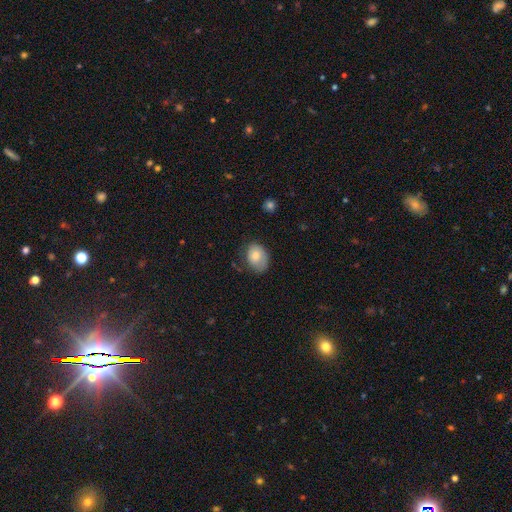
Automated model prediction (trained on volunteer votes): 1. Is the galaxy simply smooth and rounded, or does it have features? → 79% smooth, 14% featured or disk, 7% star or artifact.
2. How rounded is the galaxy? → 71% in between, 28% round, 1% cigar-shaped.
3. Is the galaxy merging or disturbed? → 62% none, 28% minor disturbance, 8% major disturbance, 2% merger.